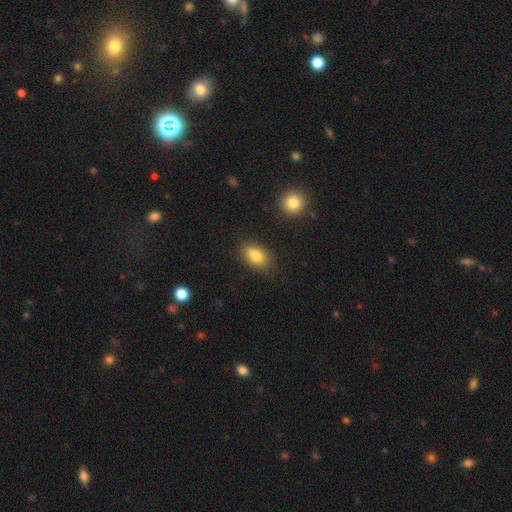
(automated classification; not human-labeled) This appears to be a smooth galaxy with no disk features (82%) that is in between round and cigar-shaped (86%). Merging: none (78%).